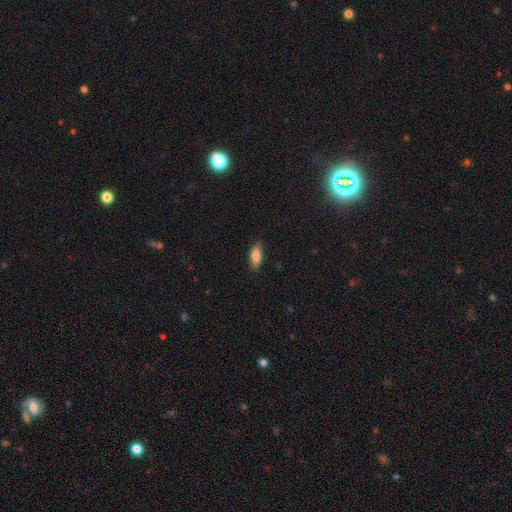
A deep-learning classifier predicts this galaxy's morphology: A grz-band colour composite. It shows a smooth galaxy with no disk features (82%) that is in between round and cigar-shaped (78%). Merging: none (81%).